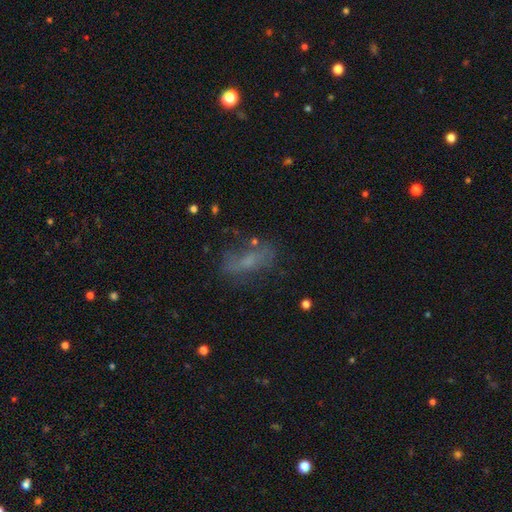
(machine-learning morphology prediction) smooth_or_featured: smooth (p=0.47) [alt: featured or disk p=0.37]
merging: none (p=0.53) [alt: minor disturbance p=0.23]